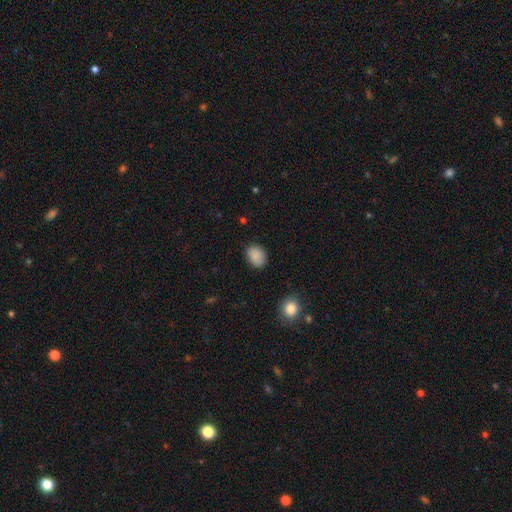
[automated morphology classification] The model was most divided on "how rounded": in between: 71%, round: 28%, cigar-shaped: 1%. More confident: smooth or featured — smooth (88%); merging — none (82%).